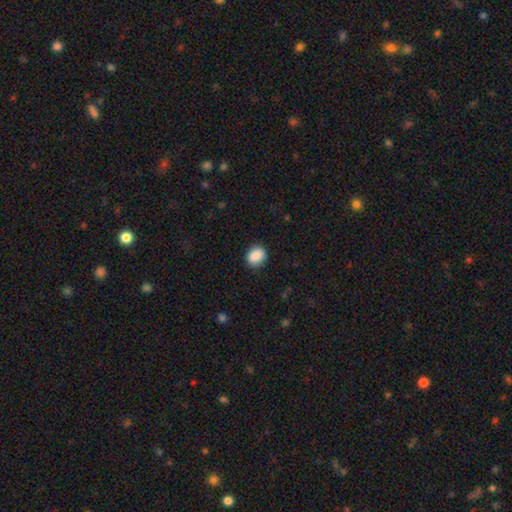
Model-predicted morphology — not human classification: smooth_or_featured: smooth (p=0.88) [alt: star or artifact p=0.08]
how_rounded: round (p=0.56) [alt: in between p=0.43]
merging: none (p=0.86) [alt: minor disturbance p=0.10]